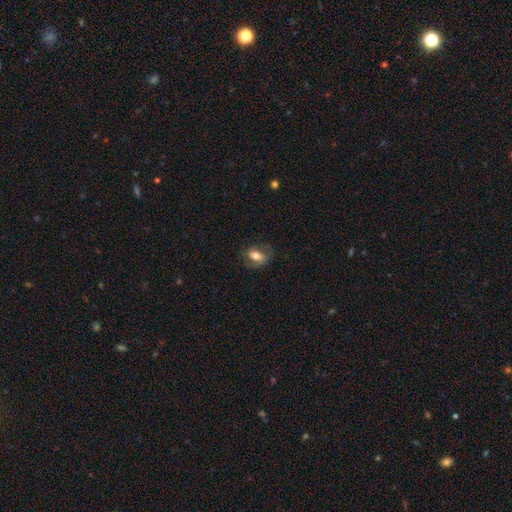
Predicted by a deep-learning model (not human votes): smooth_or_featured: smooth (p=0.62) [alt: featured or disk p=0.30]
how_rounded: in between (p=0.76) [alt: round p=0.22]
merging: none (p=0.72) [alt: minor disturbance p=0.19]